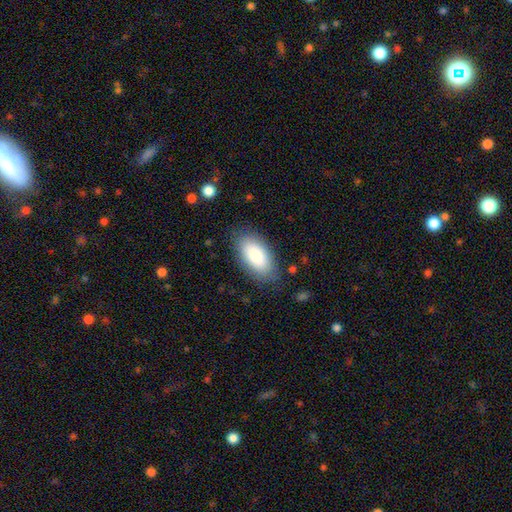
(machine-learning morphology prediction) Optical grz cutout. It shows a smooth galaxy with no disk features (86%) that is in between round and cigar-shaped (93%). Merging: none (81%).